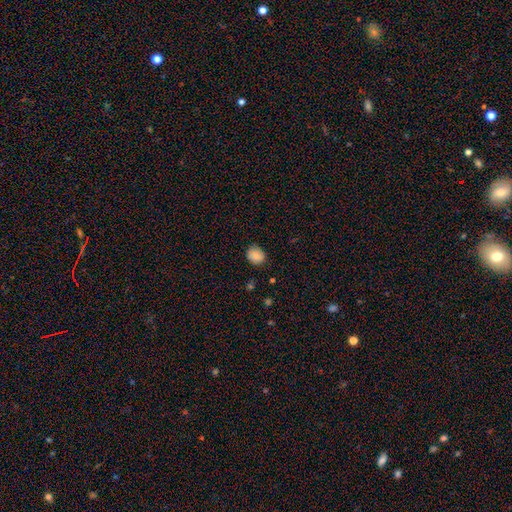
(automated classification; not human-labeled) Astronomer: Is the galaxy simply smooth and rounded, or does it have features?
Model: smooth — 85%.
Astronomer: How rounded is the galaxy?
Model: round — 70%.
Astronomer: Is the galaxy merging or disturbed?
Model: none — 79%.